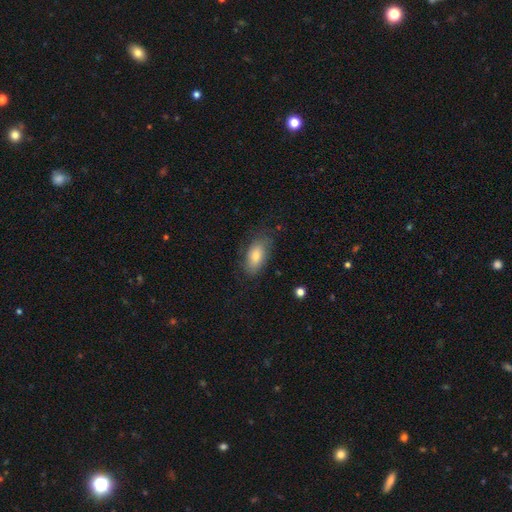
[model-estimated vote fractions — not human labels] Smooth or featured: smooth — 77% (featured or disk — 15%)
How rounded: in between — 90% (cigar-shaped — 6%)
Merging: none — 73% (minor disturbance — 20%)